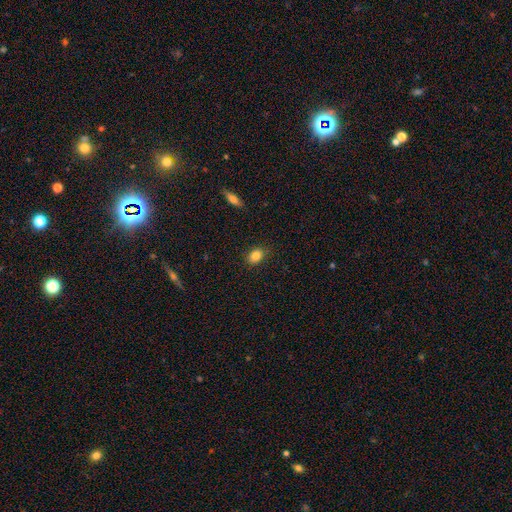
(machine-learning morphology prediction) This is clearly a smooth galaxy (86%). How rounded: likely in between (73%). Merging: clearly none (86%).